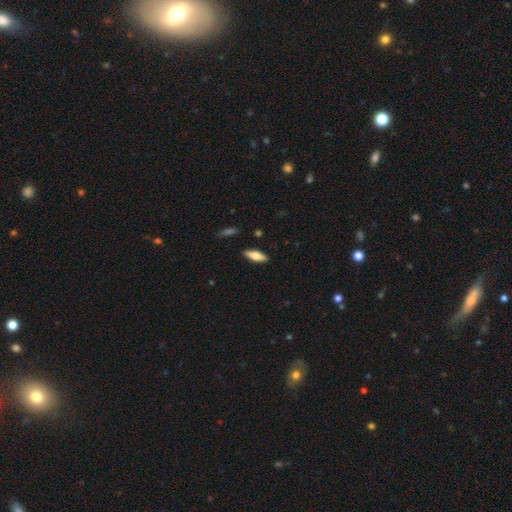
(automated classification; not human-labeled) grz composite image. It shows a smooth galaxy with no disk features (68%) that is in between round and cigar-shaped (58%). Merging: none (89%).